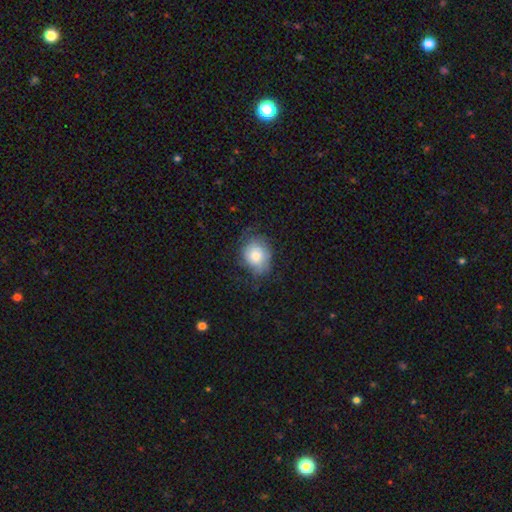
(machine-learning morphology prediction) The model was most divided on "how rounded": round: 57%, in between: 42%, cigar-shaped: 1%. More confident: smooth or featured — smooth (70%); merging — none (59%).